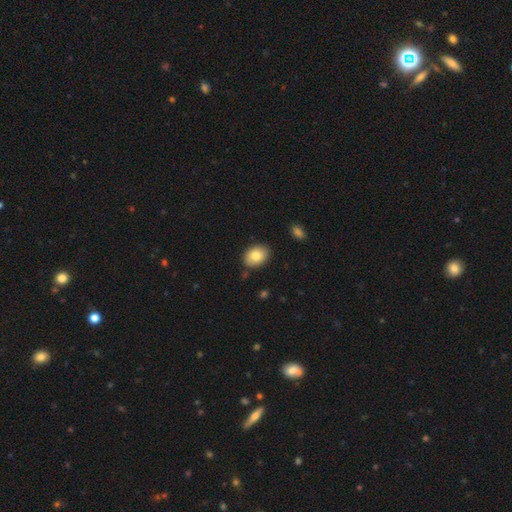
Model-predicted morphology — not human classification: type=smooth (82%); roundness=in between (76%); merging=none (84%).